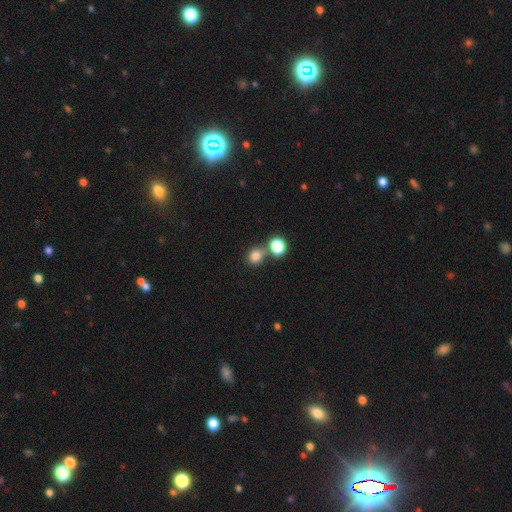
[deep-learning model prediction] Smooth or featured?
  - smooth: 81% *
  - star or artifact: 13%
  - featured or disk: 6%
How rounded?
  - round: 76% *
  - in between: 23%
  - cigar-shaped: 1%
Merging?
  - none: 57% *
  - merger: 31%
  - minor disturbance: 9%
  - major disturbance: 4%